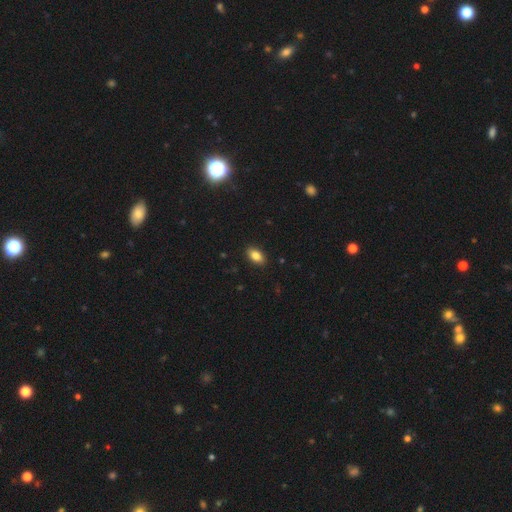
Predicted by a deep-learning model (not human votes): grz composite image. It shows a smooth galaxy with no disk features (85%) that is in between round and cigar-shaped (91%). Merging: none (89%).